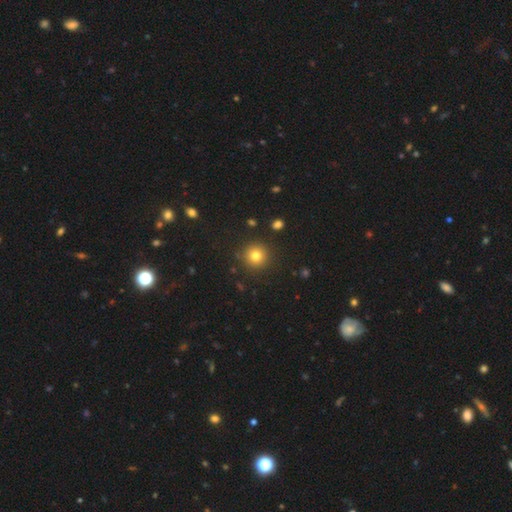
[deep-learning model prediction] A smooth galaxy with no disk features (79%) that is round (95%).

Vote fractions:
- Smooth or featured? smooth: 79% / star or artifact: 13% / featured or disk: 7%
- How rounded? round: 95% / in between: 5% / cigar-shaped: 1%
- Merging? none: 90% / minor disturbance: 6% / major disturbance: 2% / merger: 2%